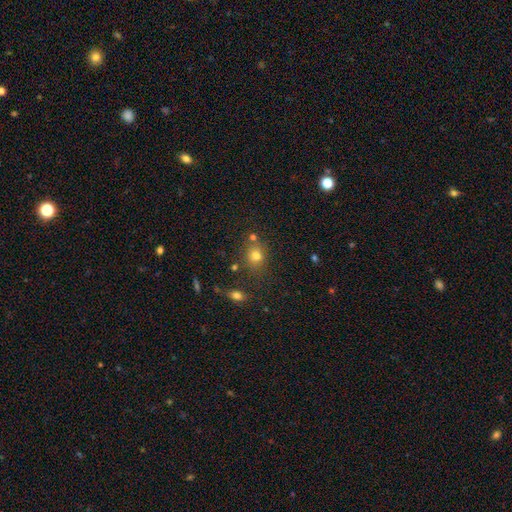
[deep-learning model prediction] Smooth or featured? Predicted: smooth (p=0.75). How rounded? Predicted: round (p=0.62). Merging? Predicted: none (p=0.67).